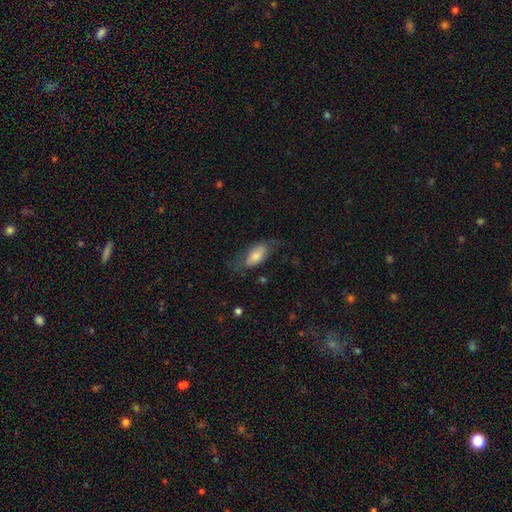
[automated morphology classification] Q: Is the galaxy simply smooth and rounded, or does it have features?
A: smooth — 65%.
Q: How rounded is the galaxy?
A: in between — 85%.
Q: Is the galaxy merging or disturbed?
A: none — 57%.